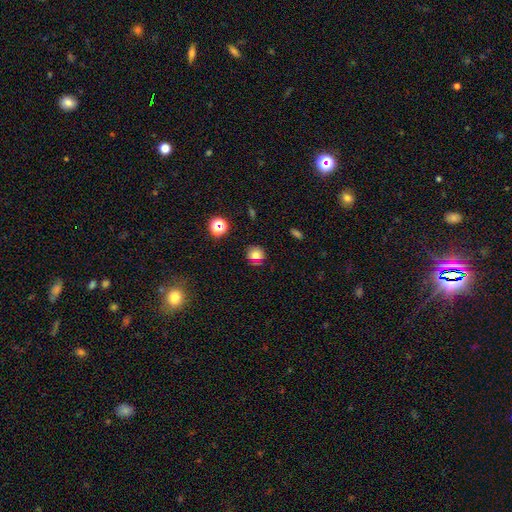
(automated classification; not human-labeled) Smooth or featured: smooth — 70% (star or artifact — 20%)
How rounded: round — 85% (in between — 14%)
Merging: none — 81% (minor disturbance — 11%)